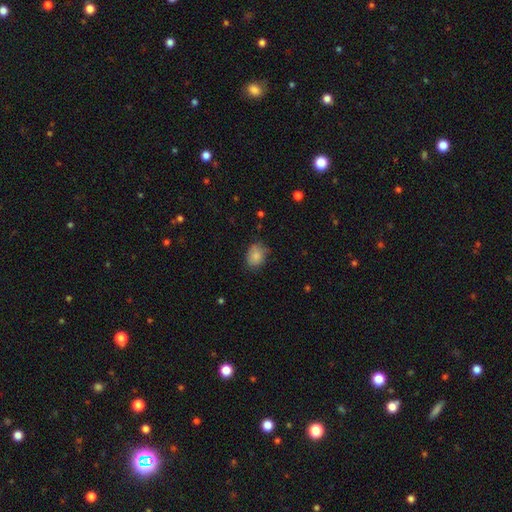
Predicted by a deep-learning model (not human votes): smooth_or_featured: smooth (p=0.84) [alt: star or artifact p=0.08]
how_rounded: in between (p=0.60) [alt: round p=0.39]
merging: none (p=0.68) [alt: minor disturbance p=0.25]